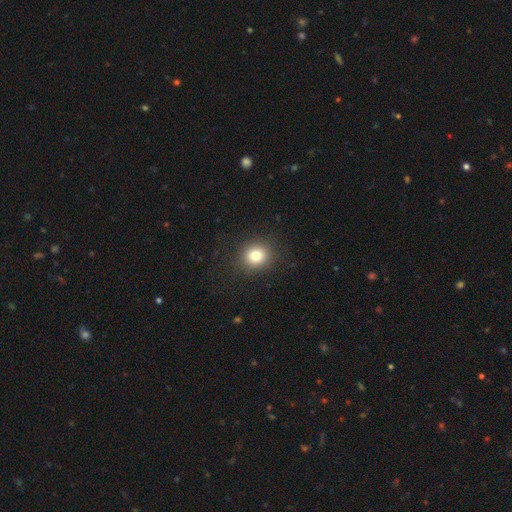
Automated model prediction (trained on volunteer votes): Smooth or featured? smooth (79%)
How rounded? round (84%)
Merging? none (89%)